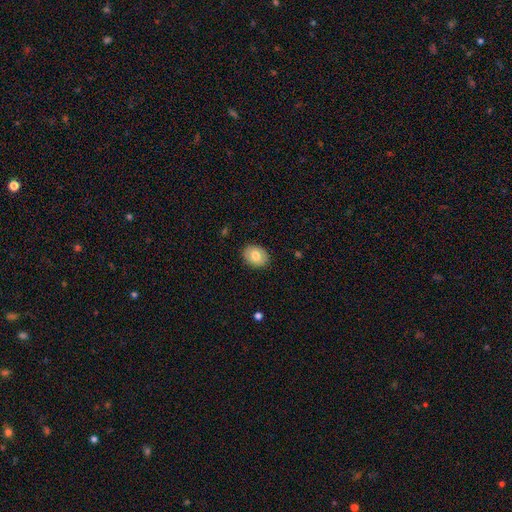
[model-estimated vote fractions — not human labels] A smooth galaxy with no disk features (78%) that is in between round and cigar-shaped (57%). Merging: none (89%).